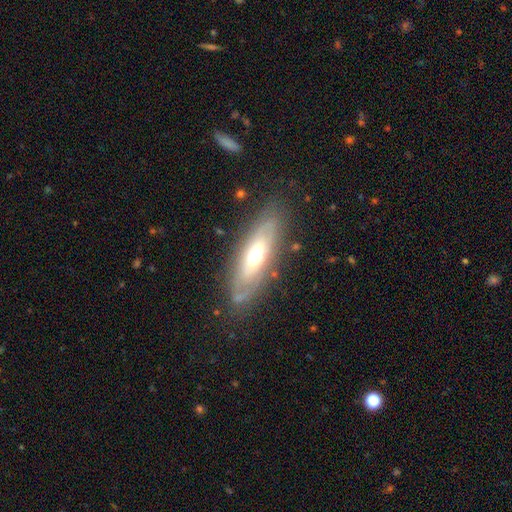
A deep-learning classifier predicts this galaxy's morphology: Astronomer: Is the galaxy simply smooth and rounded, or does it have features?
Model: featured or disk — 61%.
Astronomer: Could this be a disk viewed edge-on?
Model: no — 66%.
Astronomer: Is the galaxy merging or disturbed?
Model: none — 77%.